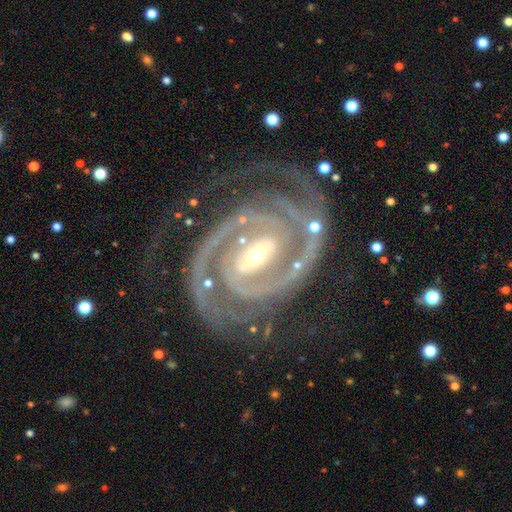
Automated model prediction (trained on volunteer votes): smooth_or_featured: featured or disk (p=0.94) [alt: star or artifact p=0.04]
disk_edge_on: no (p=0.98) [alt: yes p=0.02]
bar: strong (p=0.47) [alt: weak p=0.37]
has_spiral_arms: yes (p=0.99) [alt: no p=0.01]
spiral_winding: tight (p=0.73) [alt: medium p=0.24]
spiral_arm_count: 2 (p=0.74) [alt: 3 p=0.12]
bulge_size: small (p=0.49) [alt: moderate p=0.46]
merging: none (p=0.72) [alt: minor disturbance p=0.17]